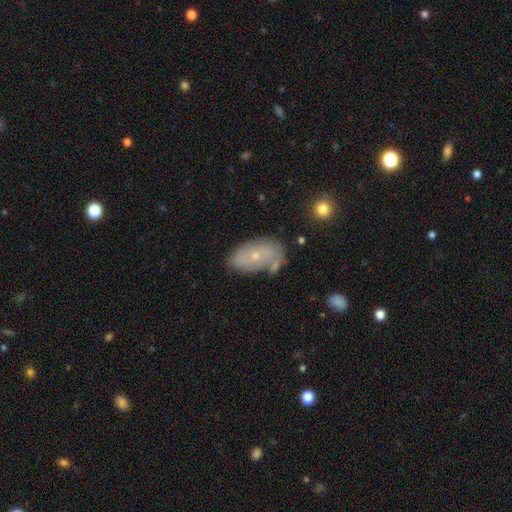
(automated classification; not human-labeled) smooth-or-featured: featured or disk: 47% | smooth: 44% | star or artifact: 9%
  merging: none: 53% | minor disturbance: 26% | merger: 12% | major disturbance: 9%